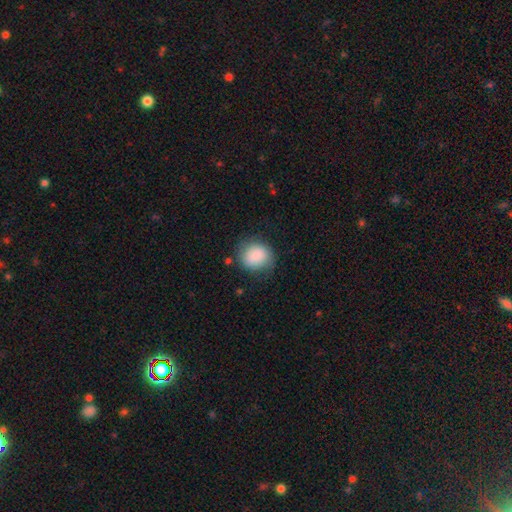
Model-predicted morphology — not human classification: smooth_or_featured: smooth (p=0.87) [alt: star or artifact p=0.07]
how_rounded: round (p=0.73) [alt: in between p=0.26]
merging: none (p=0.74) [alt: minor disturbance p=0.18]